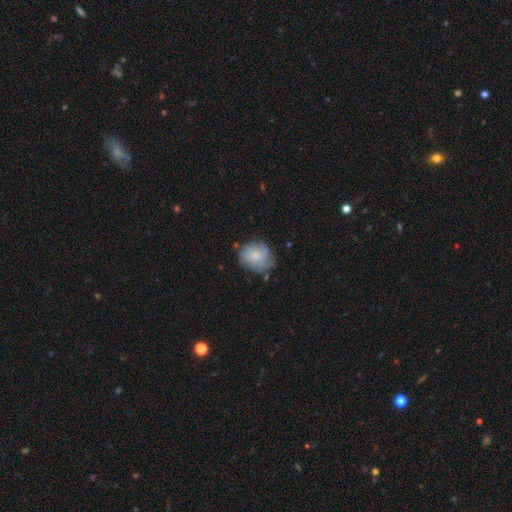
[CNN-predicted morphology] smooth 70%, featured or disk 23%, star or artifact 7%. Down the decision tree: how rounded — round (60%); merging — none (64%).